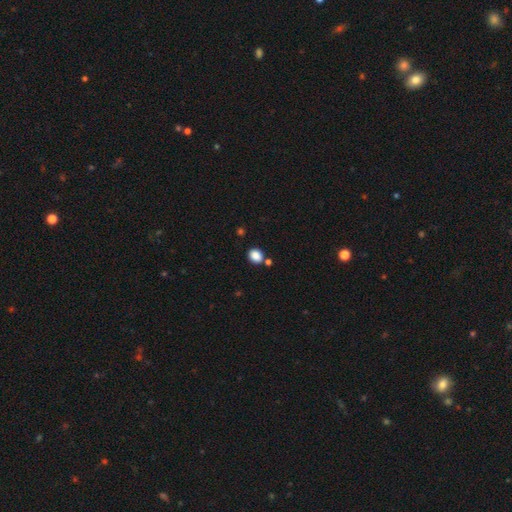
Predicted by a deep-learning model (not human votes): smooth-or-featured: smooth: 86% | star or artifact: 10% | featured or disk: 4%
  how-rounded: round: 61% | in between: 38% | cigar-shaped: 1%
  merging: none: 76% | merger: 10% | minor disturbance: 10% | major disturbance: 3%